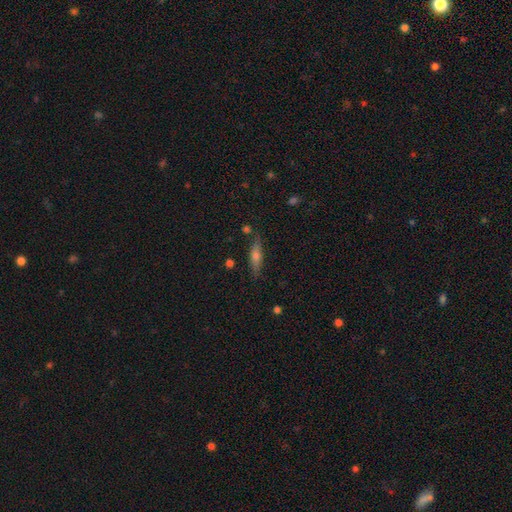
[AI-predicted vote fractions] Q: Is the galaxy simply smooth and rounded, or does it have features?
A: featured or disk — 50%.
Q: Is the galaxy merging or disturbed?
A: none — 83%.